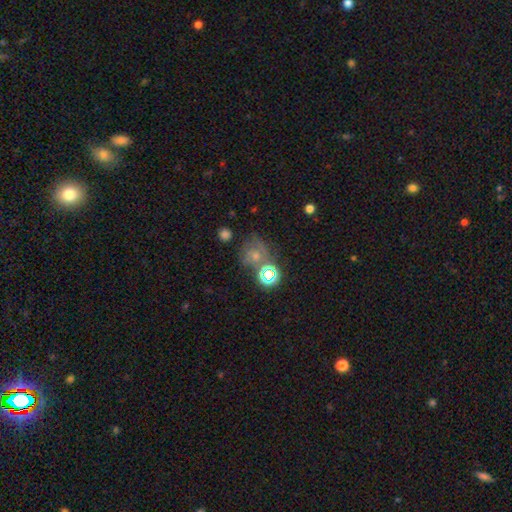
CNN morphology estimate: This is marginally a smooth galaxy (37%). Merging: possibly none (55%).